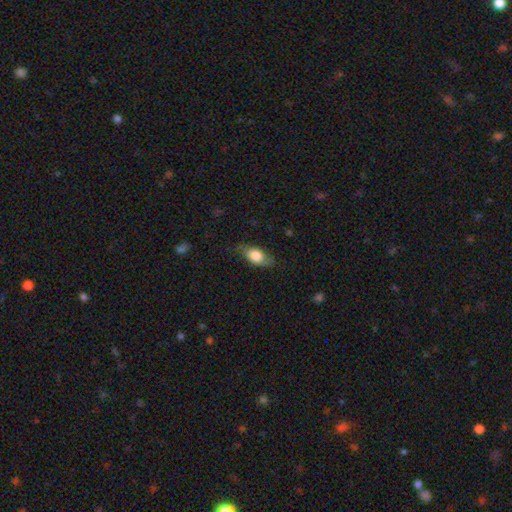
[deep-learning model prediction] Smooth or featured?
  - smooth: 73% *
  - featured or disk: 20%
  - star or artifact: 7%
How rounded?
  - in between: 84% *
  - round: 9%
  - cigar-shaped: 7%
Merging?
  - none: 66% *
  - minor disturbance: 25%
  - major disturbance: 8%
  - merger: 1%